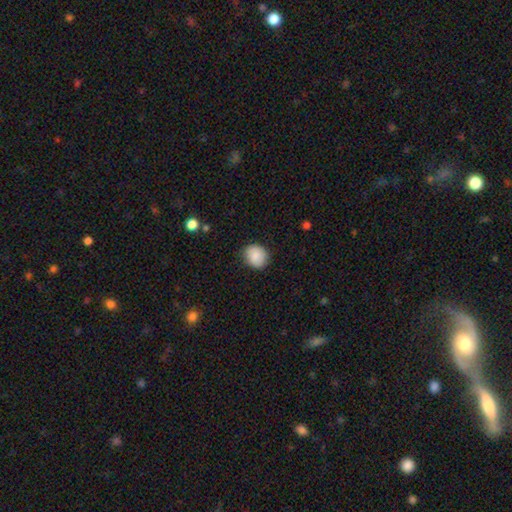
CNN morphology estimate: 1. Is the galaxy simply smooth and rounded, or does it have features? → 87% smooth, 7% star or artifact, 6% featured or disk.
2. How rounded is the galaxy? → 72% round, 27% in between, 1% cigar-shaped.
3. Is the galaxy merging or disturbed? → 85% none, 11% minor disturbance, 3% major disturbance, 1% merger.